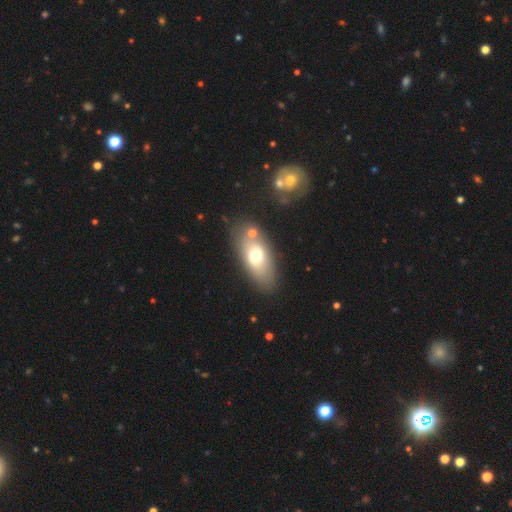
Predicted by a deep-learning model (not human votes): Q: Smooth or featured?
A: smooth (64%); runner-up: featured or disk (27%)
Q: How rounded?
A: in between (85%); runner-up: cigar-shaped (8%)
Q: Merging?
A: none (73%); runner-up: minor disturbance (12%)